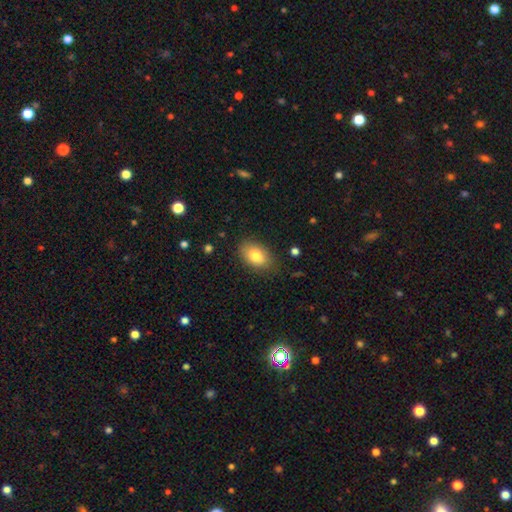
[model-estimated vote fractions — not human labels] A smooth galaxy with no disk features (82%) that is in between round and cigar-shaped (87%). Merging: none (80%).